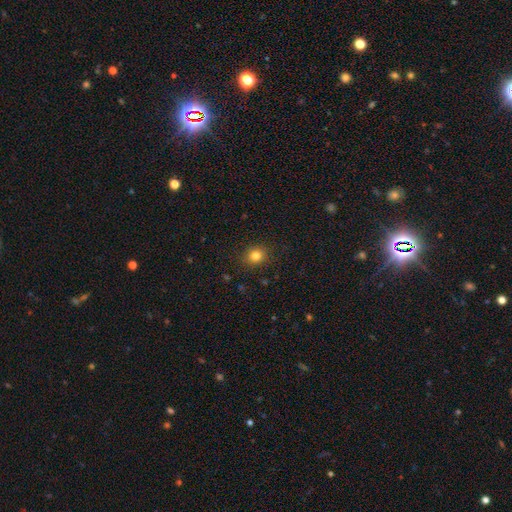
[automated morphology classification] Q: Smooth or featured?
A: smooth (82%); runner-up: star or artifact (13%)
Q: How rounded?
A: round (78%); runner-up: in between (21%)
Q: Merging?
A: none (89%); runner-up: minor disturbance (8%)